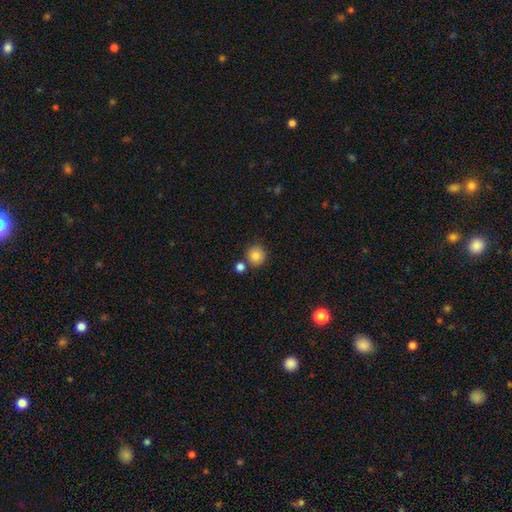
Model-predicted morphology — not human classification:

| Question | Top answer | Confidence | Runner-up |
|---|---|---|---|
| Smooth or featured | smooth | 85% | star or artifact (10%) |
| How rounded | round | 91% | in between (8%) |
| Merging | none | 77% | merger (12%) |